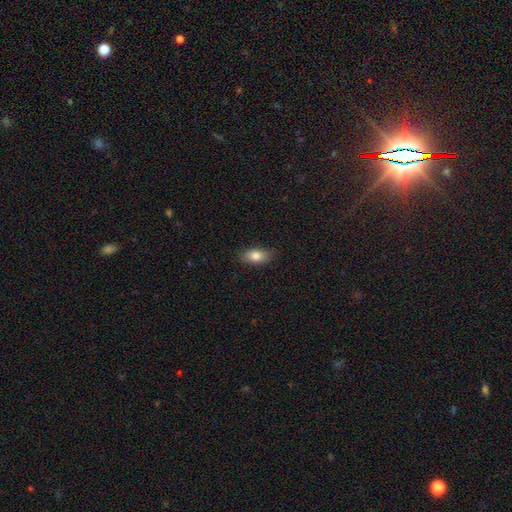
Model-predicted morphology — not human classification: The model was most divided on "smooth or featured": smooth: 81%, featured or disk: 11%, star or artifact: 7%. More confident: how rounded — in between (88%); merging — none (85%).